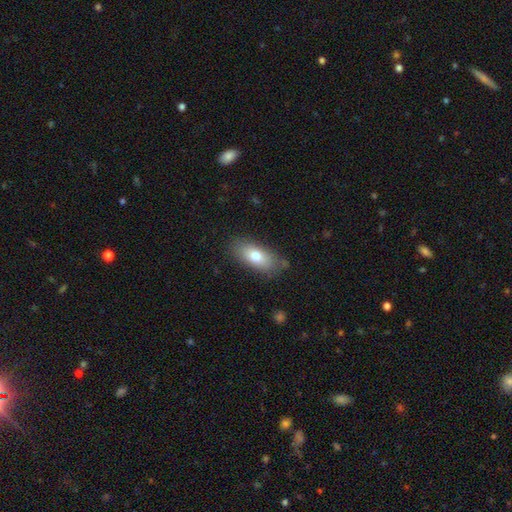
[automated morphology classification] Smooth or featured: smooth — 75% (featured or disk — 17%)
How rounded: in between — 83% (cigar-shaped — 13%)
Merging: none — 78% (minor disturbance — 15%)